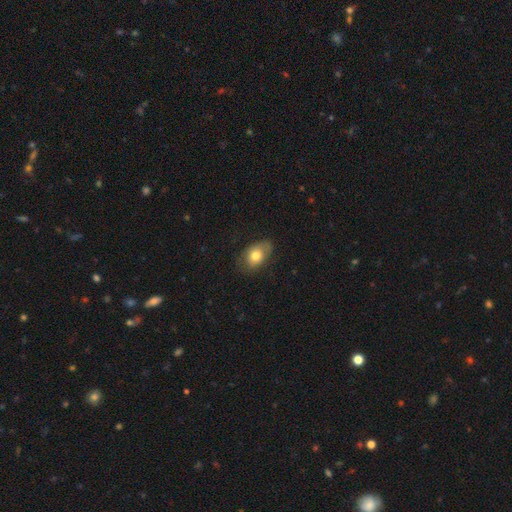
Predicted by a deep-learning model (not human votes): Smooth or featured: smooth — 74% (featured or disk — 18%)
How rounded: in between — 85% (round — 14%)
Merging: none — 69% (minor disturbance — 24%)